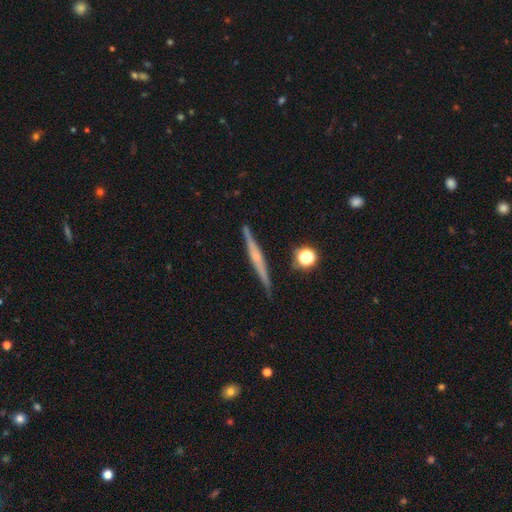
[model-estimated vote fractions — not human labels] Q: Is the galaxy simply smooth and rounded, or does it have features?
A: featured or disk — 67%.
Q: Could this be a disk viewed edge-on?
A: yes — 98%.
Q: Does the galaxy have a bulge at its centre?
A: rounded — 46%.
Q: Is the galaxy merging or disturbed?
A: none — 89%.